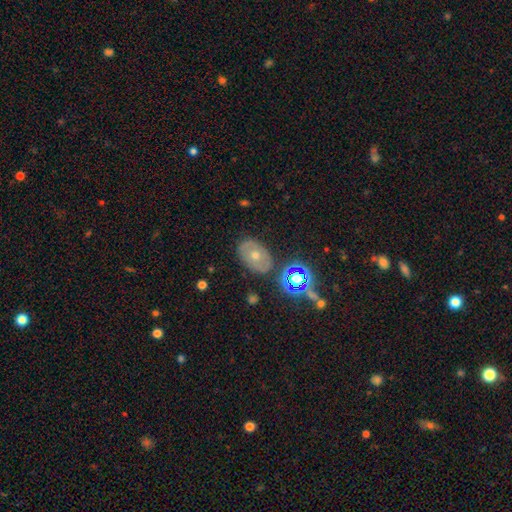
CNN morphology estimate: This appears to be a featured or disk galaxy (37%). Merging: none (79%).